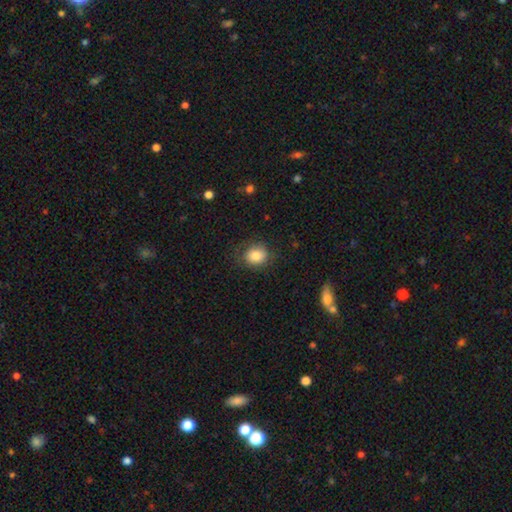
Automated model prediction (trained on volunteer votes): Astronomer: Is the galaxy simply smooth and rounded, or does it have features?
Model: smooth — 82%.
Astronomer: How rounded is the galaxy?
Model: round — 66%.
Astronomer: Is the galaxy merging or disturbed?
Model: none — 72%.